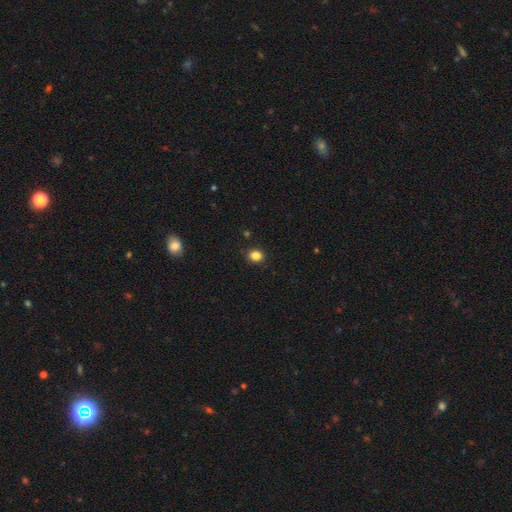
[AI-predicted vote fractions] Smooth or featured? Predicted: smooth (p=0.84). How rounded? Predicted: round (p=0.67). Merging? Predicted: none (p=0.89).